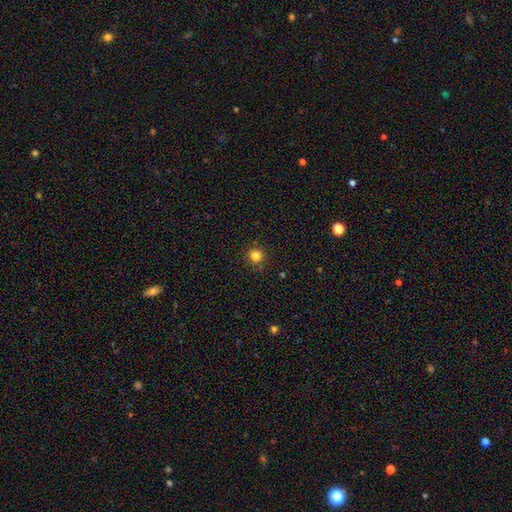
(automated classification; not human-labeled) Q: Smooth or featured?
A: smooth (82%); runner-up: star or artifact (13%)
Q: How rounded?
A: round (95%); runner-up: in between (4%)
Q: Merging?
A: none (90%); runner-up: minor disturbance (7%)